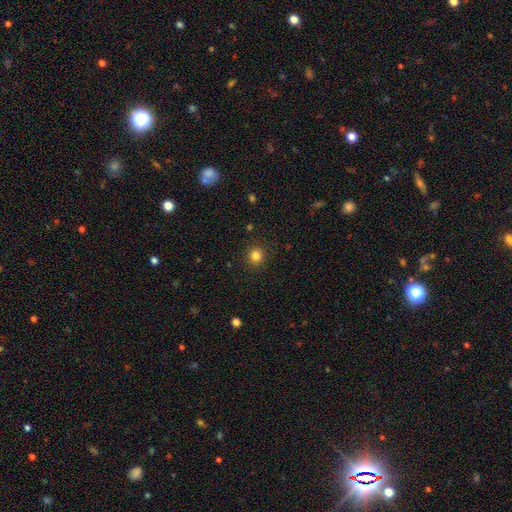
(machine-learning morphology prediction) This is clearly a smooth galaxy (83%). How rounded: clearly round (91%). Merging: clearly none (91%).